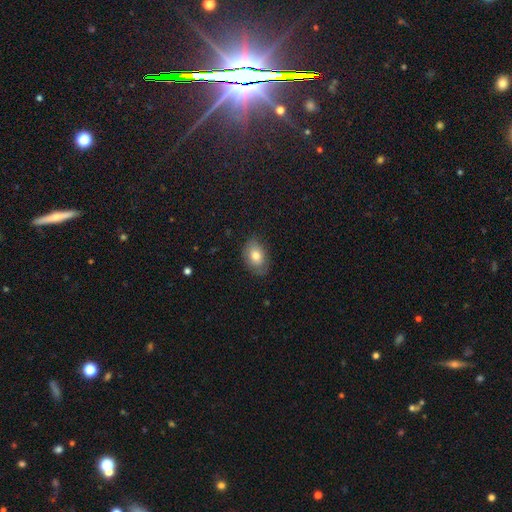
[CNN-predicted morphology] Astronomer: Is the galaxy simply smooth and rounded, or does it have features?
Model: smooth — 74%.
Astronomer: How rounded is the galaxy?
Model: in between — 84%.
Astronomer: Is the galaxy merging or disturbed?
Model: none — 76%.